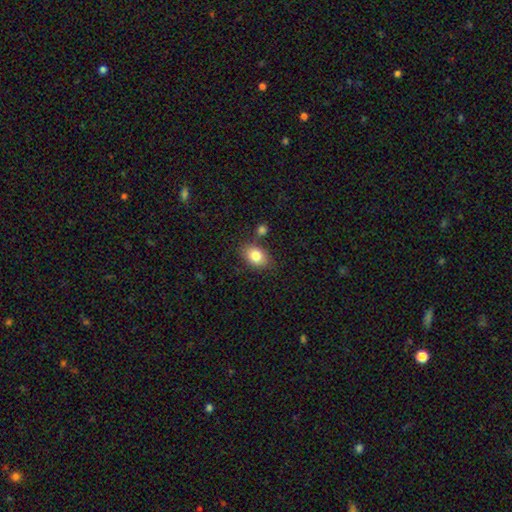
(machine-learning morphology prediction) smooth-or-featured: smooth: 82% | featured or disk: 10% | star or artifact: 8%
  how-rounded: in between: 81% | round: 17% | cigar-shaped: 1%
  merging: none: 75% | minor disturbance: 13% | merger: 9% | major disturbance: 3%